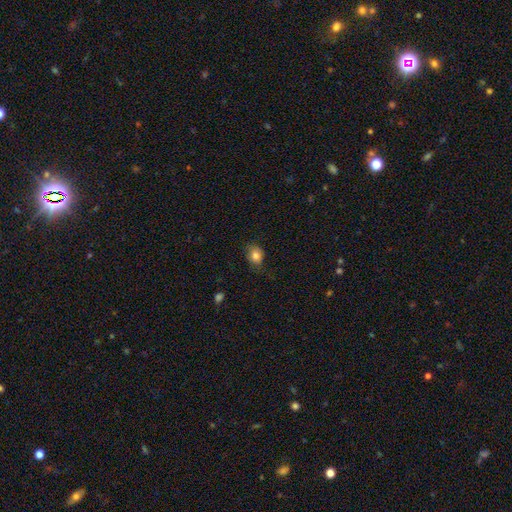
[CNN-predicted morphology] type=smooth (81%); roundness=round (53%); merging=none (67%).